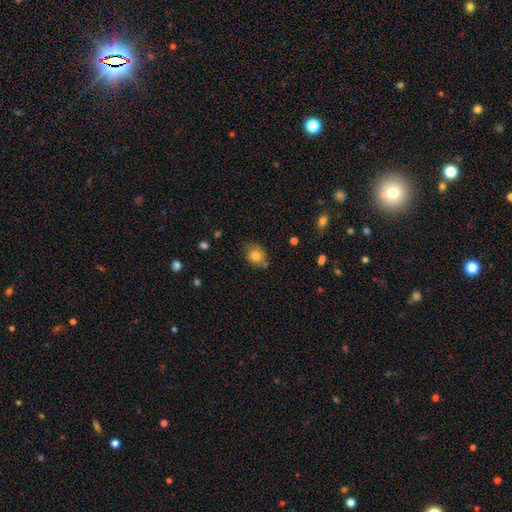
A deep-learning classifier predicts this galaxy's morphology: type=smooth (79%); roundness=round (53%); merging=none (70%).